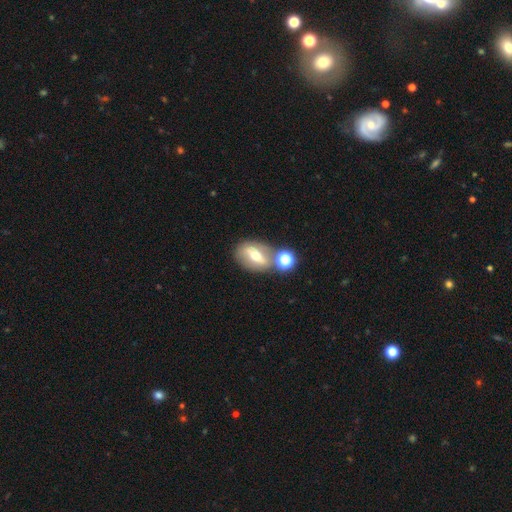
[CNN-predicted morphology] This appears to be a featured or disk galaxy (52%). Merging: none (65%).